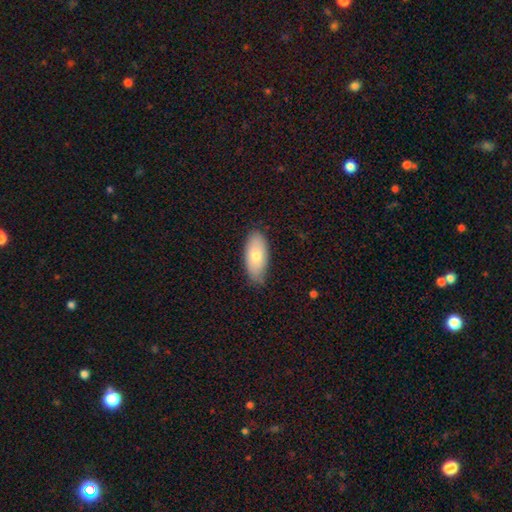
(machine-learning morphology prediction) Smooth or featured? Predicted: smooth (p=0.72). How rounded? Predicted: in between (p=0.89). Merging? Predicted: none (p=0.79).